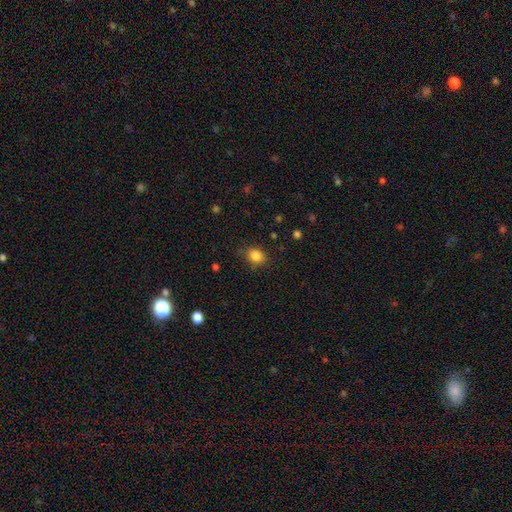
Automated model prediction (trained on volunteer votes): smooth 84%, star or artifact 11%, featured or disk 5%. Down the decision tree: how rounded — round (51%); merging — none (78%).